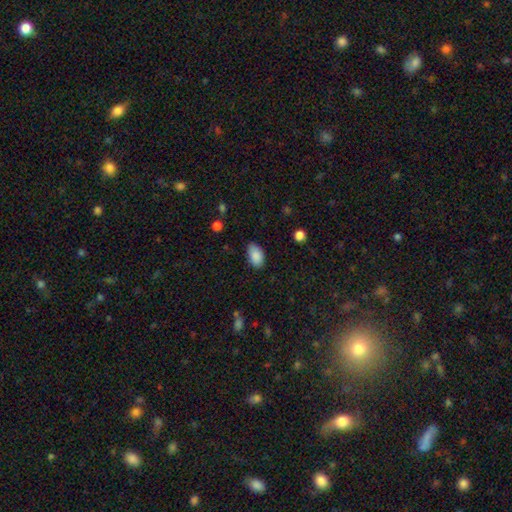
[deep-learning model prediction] This appears to be a smooth galaxy with no disk features (88%) that is in between round and cigar-shaped (93%). Merging: none (77%).